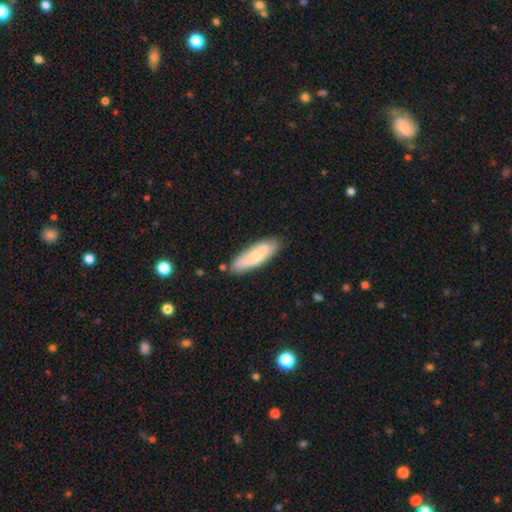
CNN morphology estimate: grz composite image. It shows a smooth galaxy with no disk features (70%) that is in between round and cigar-shaped (50%). Merging: none (80%).